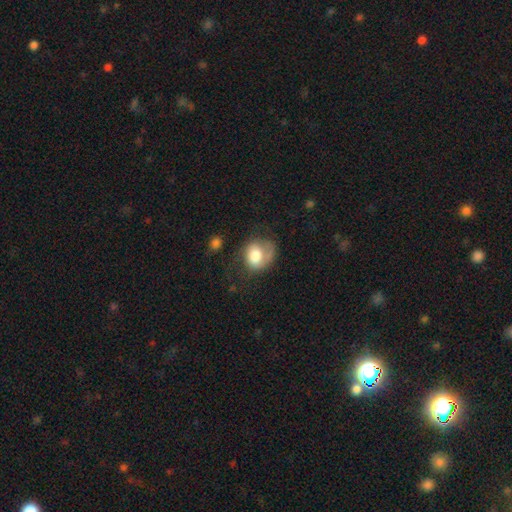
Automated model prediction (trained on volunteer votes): smooth-or-featured: smooth: 59% | featured or disk: 33% | star or artifact: 8%
  how-rounded: round: 54% | in between: 45% | cigar-shaped: 1%
  merging: none: 41% | major disturbance: 29% | minor disturbance: 27% | merger: 3%